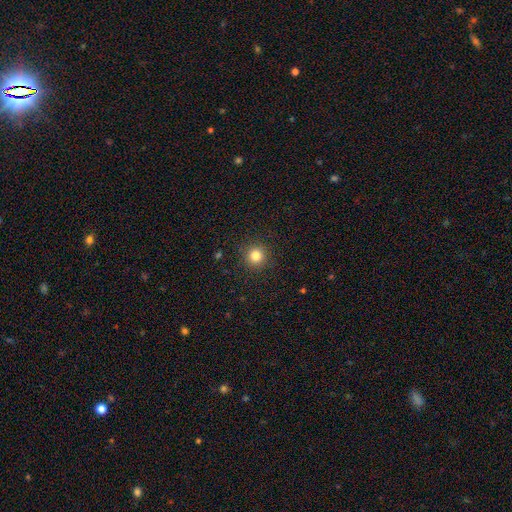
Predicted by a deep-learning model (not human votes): Morphology: type=smooth (83%); roundness=round (95%); merging=none (91%).